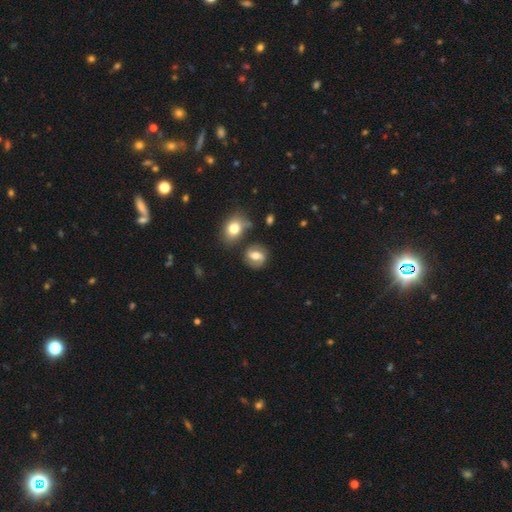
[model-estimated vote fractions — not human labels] Overall: featured or disk (50%; smooth 42%). Merging: none (73%).